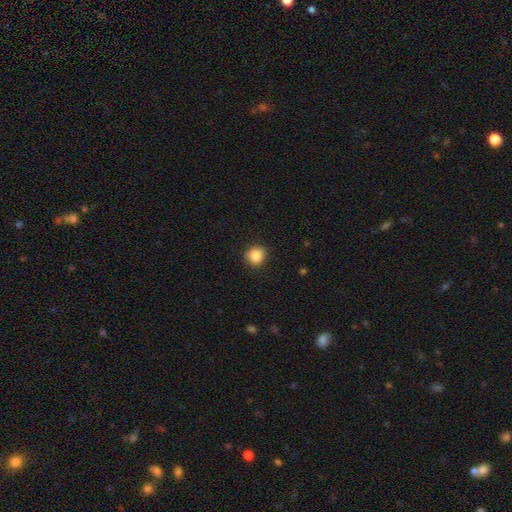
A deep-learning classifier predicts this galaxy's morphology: Smooth or featured: smooth — 87% (star or artifact — 9%)
How rounded: round — 88% (in between — 11%)
Merging: none — 90% (minor disturbance — 7%)